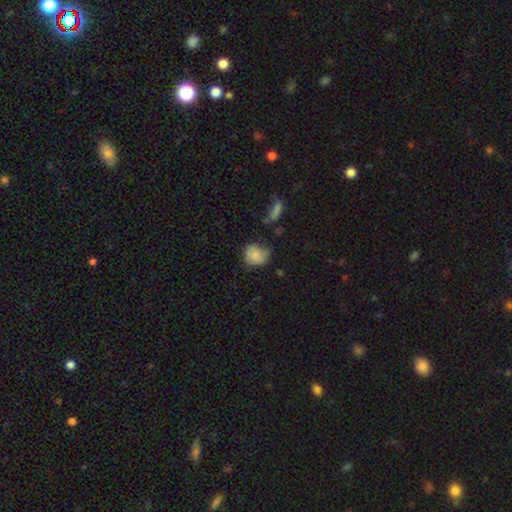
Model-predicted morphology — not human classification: Smooth or featured? Predicted: smooth (p=0.69). How rounded? Predicted: round (p=0.70). Merging? Predicted: none (p=0.50).